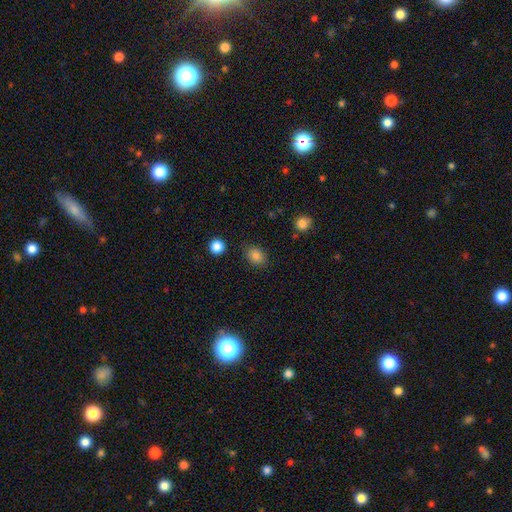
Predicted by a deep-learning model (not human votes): Q: Smooth or featured?
A: smooth (84%); runner-up: star or artifact (11%)
Q: How rounded?
A: in between (61%); runner-up: round (38%)
Q: Merging?
A: none (83%); runner-up: minor disturbance (12%)